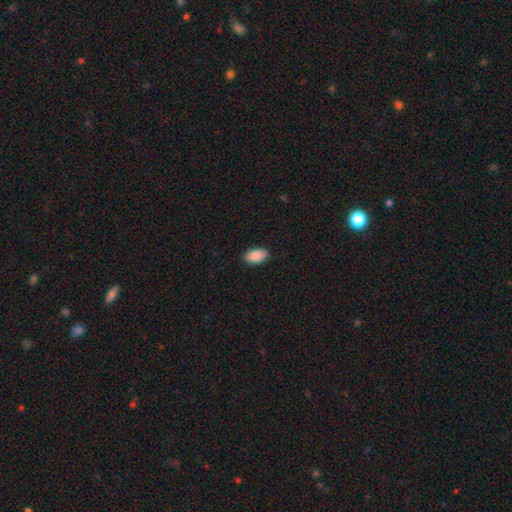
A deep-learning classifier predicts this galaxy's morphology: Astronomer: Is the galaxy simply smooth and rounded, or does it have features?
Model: smooth — 90%.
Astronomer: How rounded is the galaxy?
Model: in between — 94%.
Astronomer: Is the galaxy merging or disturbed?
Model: none — 88%.